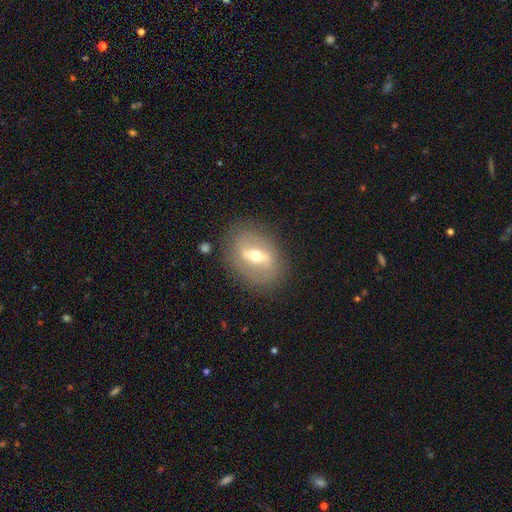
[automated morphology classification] type=featured or disk (70%); edge-on=no (88%); bar=strong (53%); spiral arms=no (53%); bulge=moderate (68%); merging=none (82%).